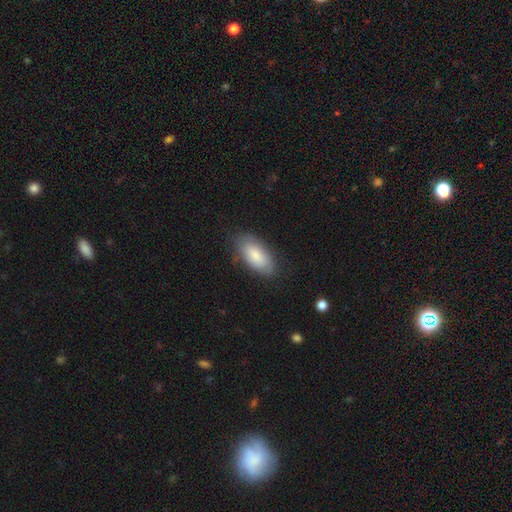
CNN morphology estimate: smooth_or_featured: smooth (p=0.83) [alt: featured or disk p=0.12]
how_rounded: in between (p=0.91) [alt: cigar-shaped p=0.07]
merging: none (p=0.78) [alt: minor disturbance p=0.16]